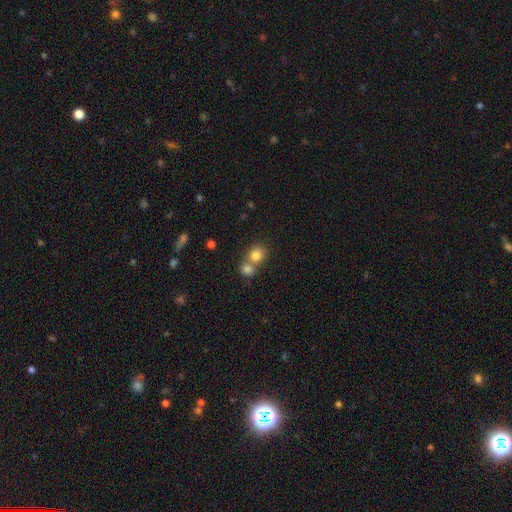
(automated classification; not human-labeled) Smooth or featured? Predicted: smooth (p=0.81). How rounded? Predicted: round (p=0.79). Merging? Predicted: merger (p=0.49).